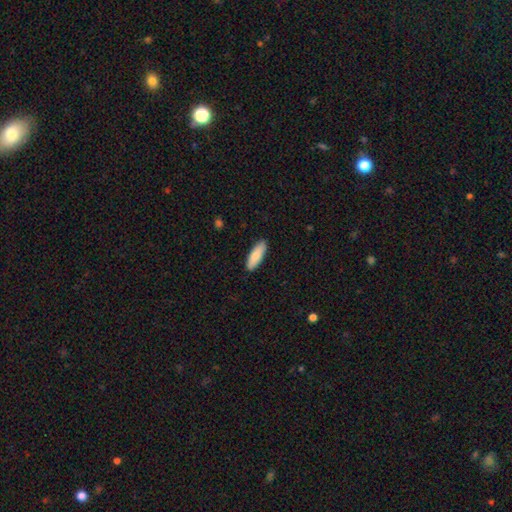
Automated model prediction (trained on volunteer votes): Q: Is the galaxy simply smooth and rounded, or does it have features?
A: smooth — 85%.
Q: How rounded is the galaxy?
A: in between — 59%.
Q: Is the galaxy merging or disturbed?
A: none — 90%.